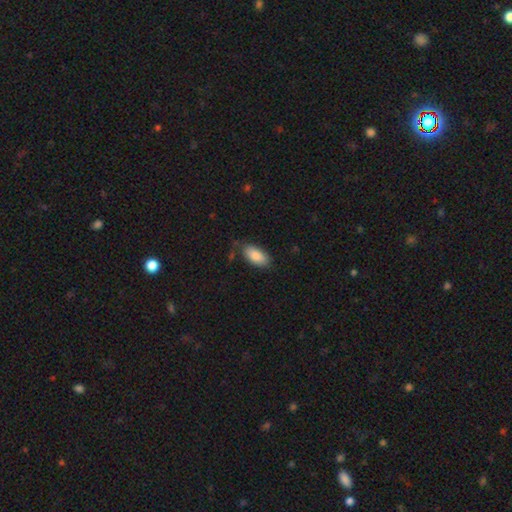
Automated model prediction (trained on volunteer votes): A smooth galaxy with no disk features (86%) that is in between round and cigar-shaped (92%). Merging: none (76%).